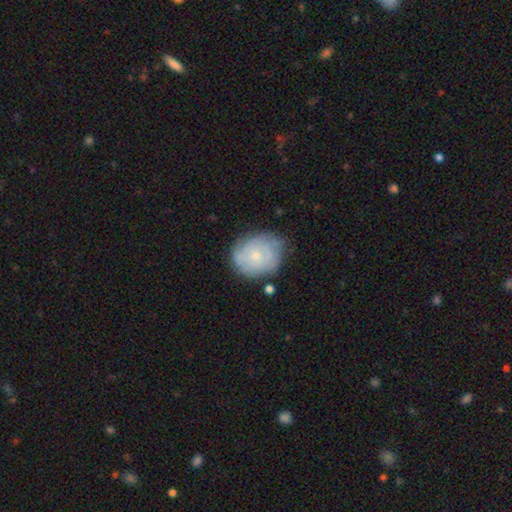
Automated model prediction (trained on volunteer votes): Smooth or featured? Predicted: featured or disk (p=0.54). Edge-on disk? Predicted: no (p=0.97). Bar? Predicted: no (p=0.83). Spiral arms? Predicted: yes (p=0.72). Bulge size? Predicted: small (p=0.68). Merging? Predicted: none (p=0.68).